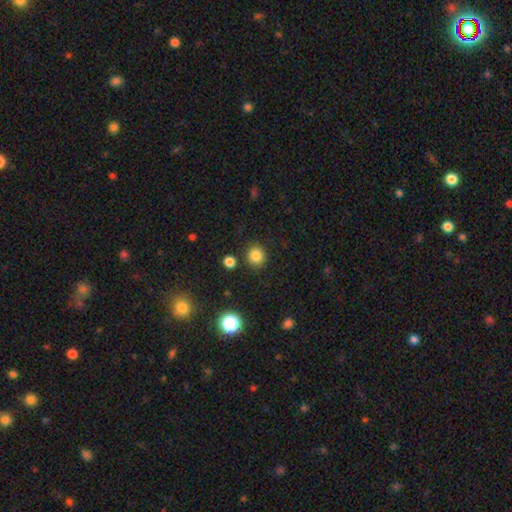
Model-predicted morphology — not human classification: Smooth or featured: smooth — 83% (star or artifact — 12%)
How rounded: round — 88% (in between — 11%)
Merging: none — 86% (minor disturbance — 8%)